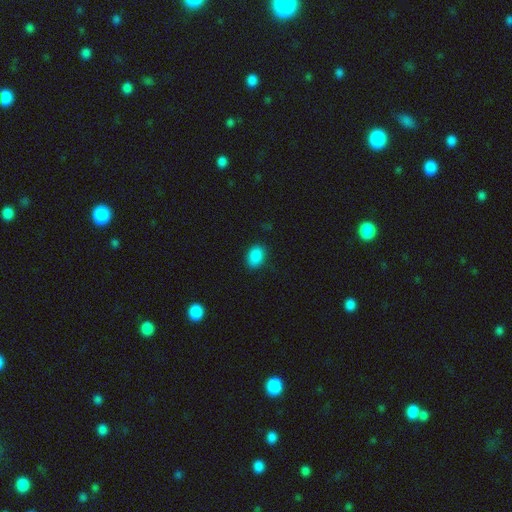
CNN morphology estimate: The model was most divided on "how rounded": in between: 79%, round: 20%, cigar-shaped: 1%. More confident: smooth or featured — smooth (88%); merging — none (85%).